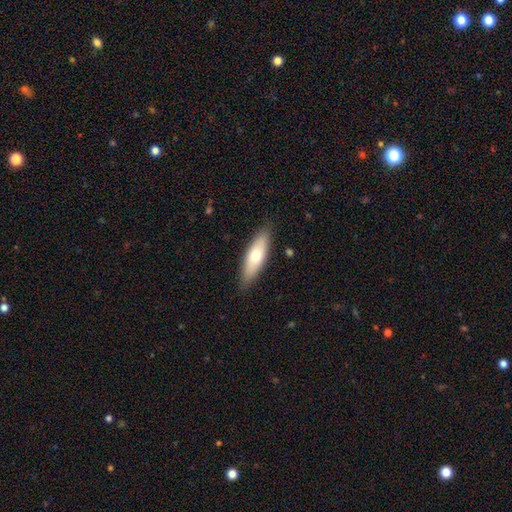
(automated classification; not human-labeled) smooth_or_featured: smooth (p=0.68) [alt: featured or disk p=0.27]
how_rounded: in between (p=0.53) [alt: cigar-shaped p=0.45]
merging: none (p=0.86) [alt: minor disturbance p=0.11]